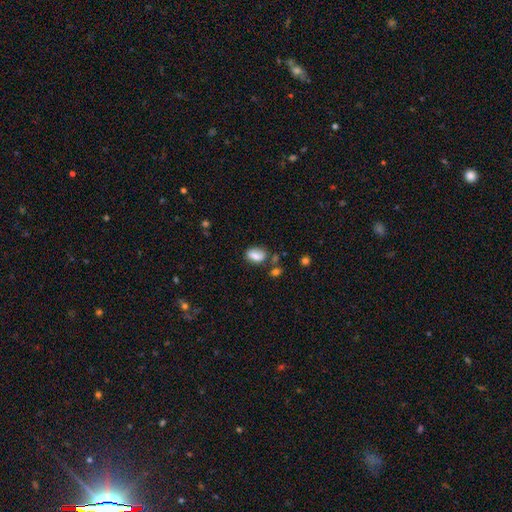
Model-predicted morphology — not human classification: smooth-or-featured: smooth: 78% | featured or disk: 13% | star or artifact: 9%
  how-rounded: in between: 83% | round: 14% | cigar-shaped: 3%
  merging: none: 59% | minor disturbance: 22% | merger: 12% | major disturbance: 7%